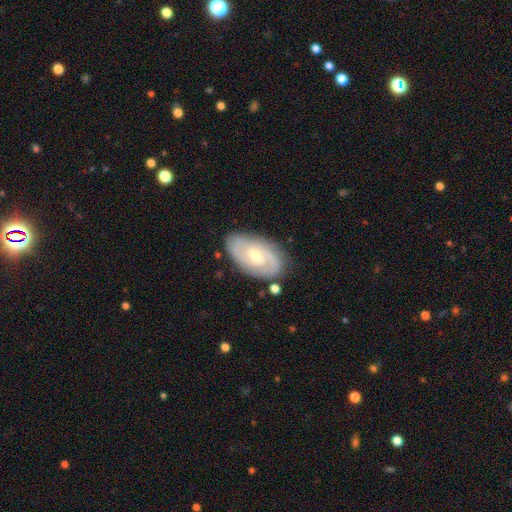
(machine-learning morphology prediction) Smooth or featured? Predicted: featured or disk (p=0.82). Edge-on disk? Predicted: no (p=0.96). Bar? Predicted: weak (p=0.50). Spiral arms? Predicted: yes (p=0.95). Spiral winding? Predicted: tight (p=0.51). Spiral arm count? Predicted: 2 (p=0.67). Bulge size? Predicted: moderate (p=0.49). Merging? Predicted: none (p=0.81).